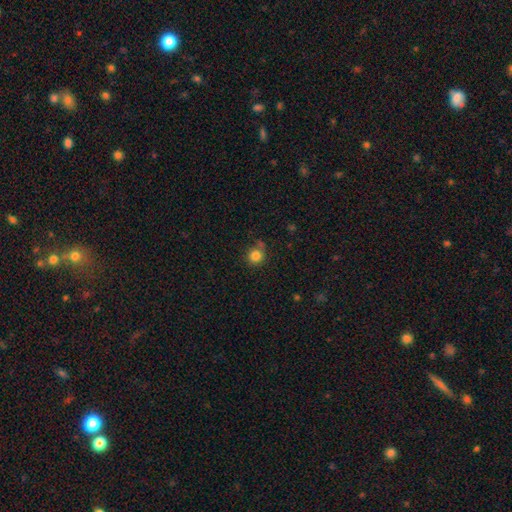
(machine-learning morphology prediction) Smooth or featured? Predicted: smooth (p=0.83). How rounded? Predicted: round (p=0.91). Merging? Predicted: none (p=0.74).